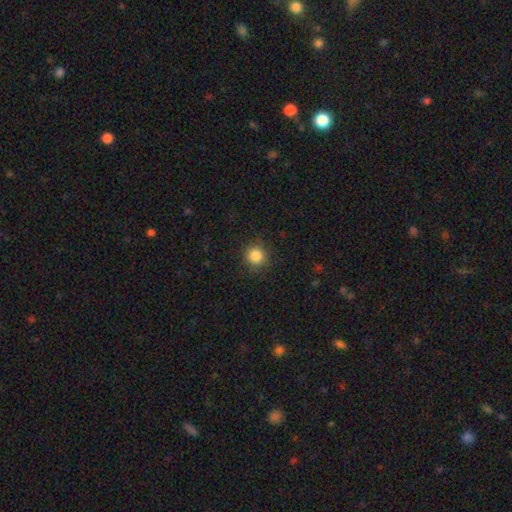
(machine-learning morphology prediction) smooth-or-featured: smooth: 85% | star or artifact: 11% | featured or disk: 4%
  how-rounded: round: 94% | in between: 5% | cigar-shaped: 1%
  merging: none: 90% | minor disturbance: 7% | major disturbance: 2% | merger: 1%